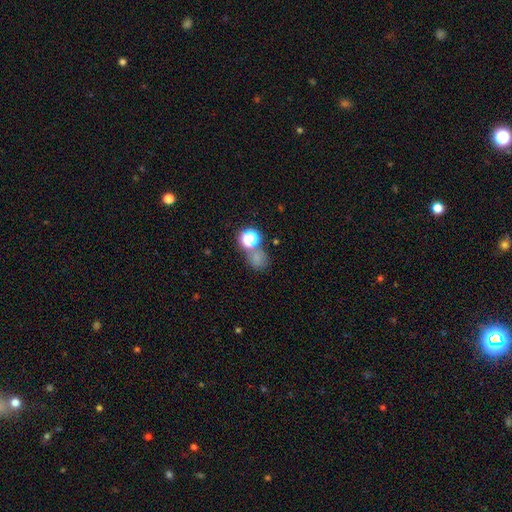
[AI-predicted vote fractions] Smooth or featured? smooth (51%)
How rounded? round (75%)
Merging? none (60%)